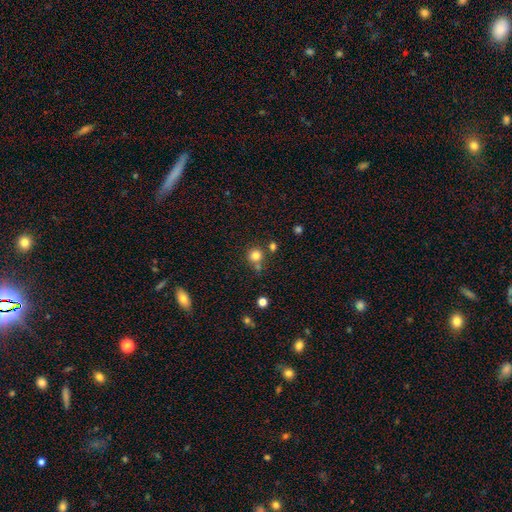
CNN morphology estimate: Smooth or featured?
  - smooth: 80% *
  - star or artifact: 14%
  - featured or disk: 7%
How rounded?
  - round: 91% *
  - in between: 8%
  - cigar-shaped: 1%
Merging?
  - none: 67% *
  - merger: 20%
  - minor disturbance: 10%
  - major disturbance: 4%